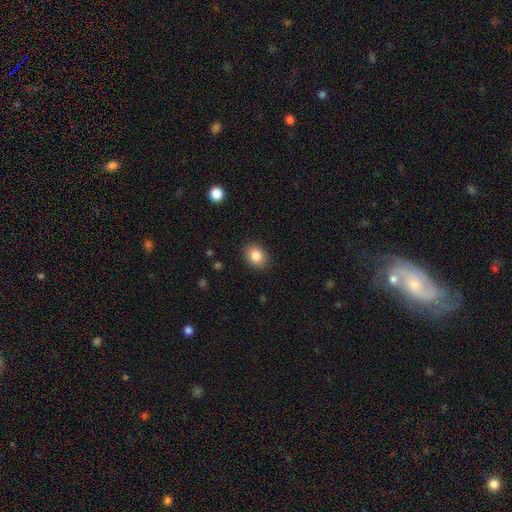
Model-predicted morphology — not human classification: The model was most divided on "how rounded": in between: 57%, round: 42%, cigar-shaped: 1%. More confident: merging — none (89%); smooth or featured — smooth (85%).